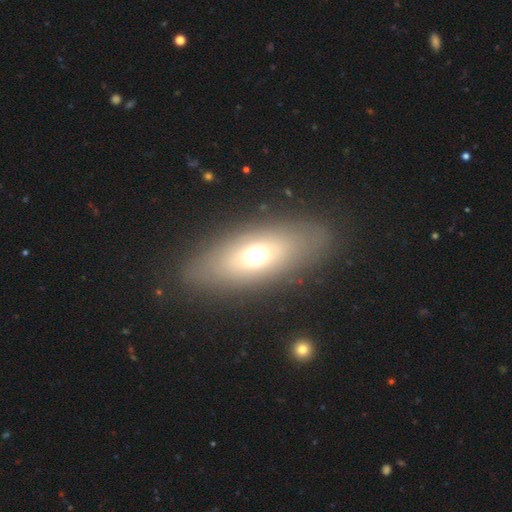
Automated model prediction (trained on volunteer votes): Morphology: type=smooth (60%); roundness=in between (75%); merging=none (85%).